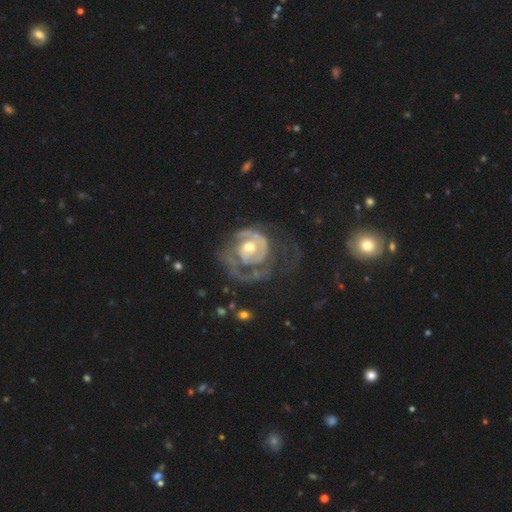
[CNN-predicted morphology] This is clearly a featured or disk galaxy (86%). It is clearly not viewed edge-on (98%). Bar: likely no (66%). Spiral arm pattern: clearly yes (89%). Spiral arm count: marginally 2 (38%). Spiral winding: possibly tight (58%). Central bulge: likely moderate (63%). Merging: possibly none (48%).